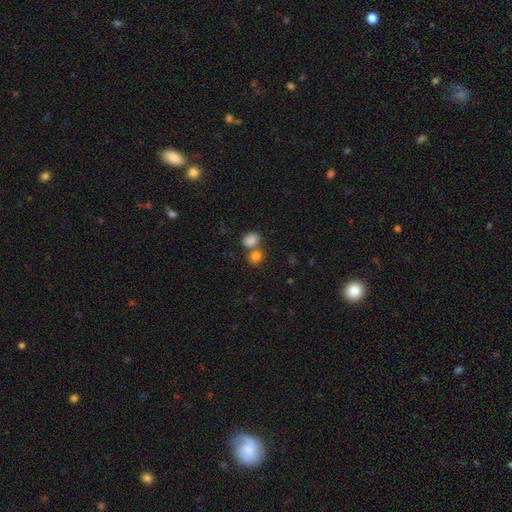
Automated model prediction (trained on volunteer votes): A smooth galaxy with no disk features (82%) that is round (69%). Merging: none (47%).